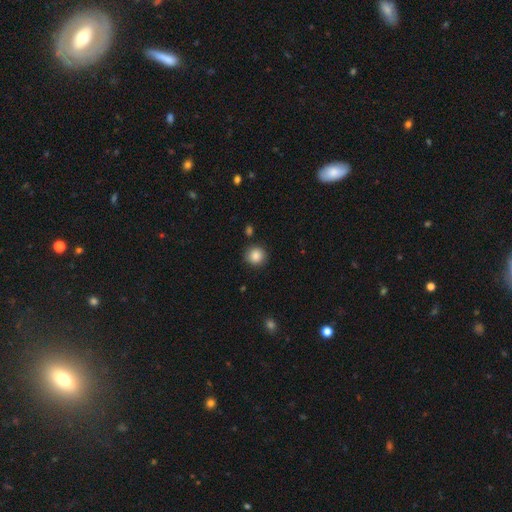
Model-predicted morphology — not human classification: The model was most divided on "smooth or featured": smooth: 86%, star or artifact: 9%, featured or disk: 4%. More confident: how rounded — round (93%); merging — none (88%).